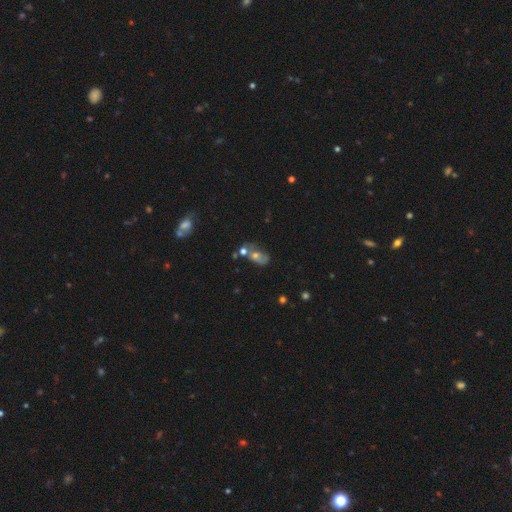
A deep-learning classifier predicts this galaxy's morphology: This is possibly a smooth galaxy (47%). Merging: marginally merger (34%).